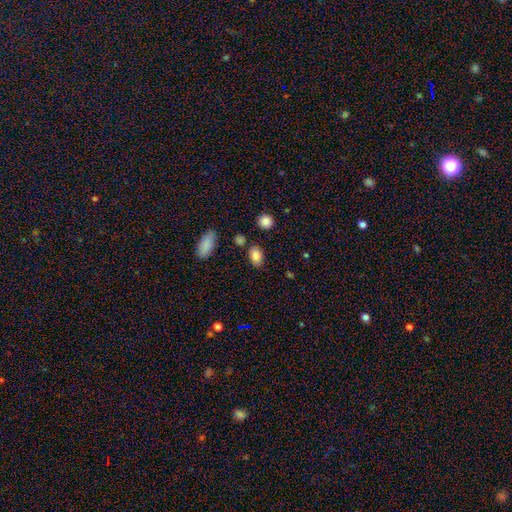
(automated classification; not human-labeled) This is clearly a smooth galaxy (84%). How rounded: clearly in between (88%). Merging: clearly none (81%).